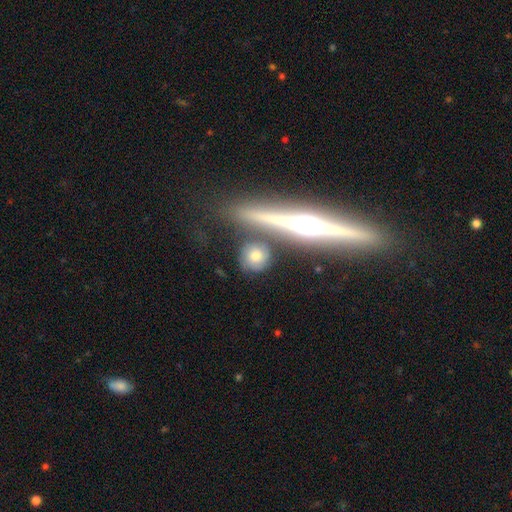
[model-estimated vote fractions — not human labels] Overall: smooth (64%; featured or disk 25%). How rounded: round (77%). Merging: none (72%).